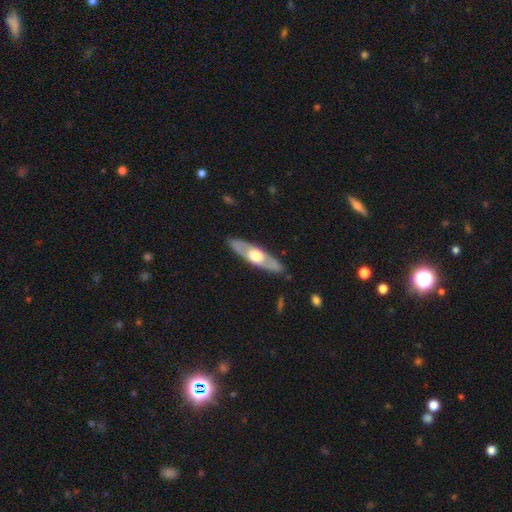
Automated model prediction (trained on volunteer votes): Smooth or featured? featured or disk (60%)
Edge-on disk? yes (62%)
Merging? none (87%)